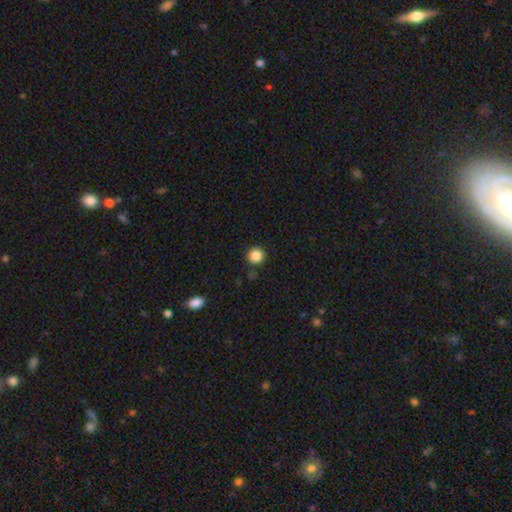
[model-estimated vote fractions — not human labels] Smooth or featured? Predicted: smooth (p=0.86). How rounded? Predicted: round (p=0.95). Merging? Predicted: none (p=0.90).